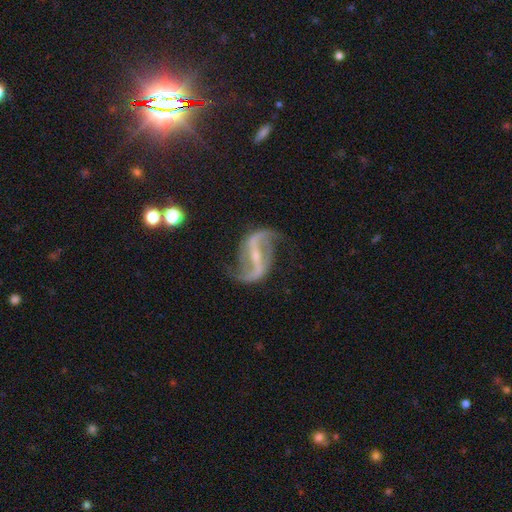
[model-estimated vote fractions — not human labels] smooth_or_featured: featured or disk (p=0.91) [alt: star or artifact p=0.06]
disk_edge_on: no (p=0.97) [alt: yes p=0.03]
bar: strong (p=0.64) [alt: weak p=0.25]
has_spiral_arms: yes (p=0.97) [alt: no p=0.03]
spiral_winding: loose (p=0.73) [alt: medium p=0.21]
spiral_arm_count: 2 (p=0.94) [alt: can't tell p=0.02]
bulge_size: small (p=0.71) [alt: moderate p=0.19]
merging: none (p=0.75) [alt: minor disturbance p=0.15]